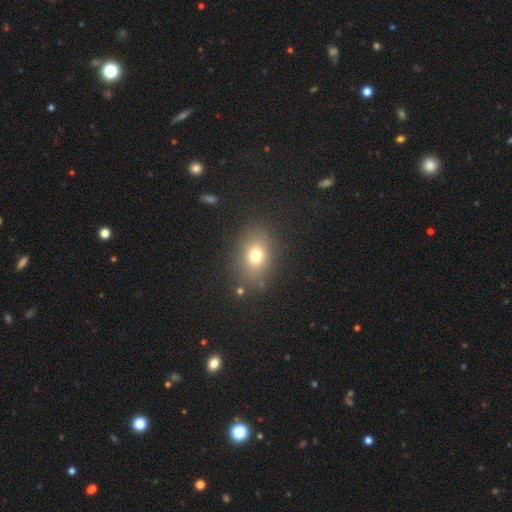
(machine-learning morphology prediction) Smooth or featured? Predicted: smooth (p=0.73). How rounded? Predicted: in between (p=0.62). Merging? Predicted: none (p=0.83).